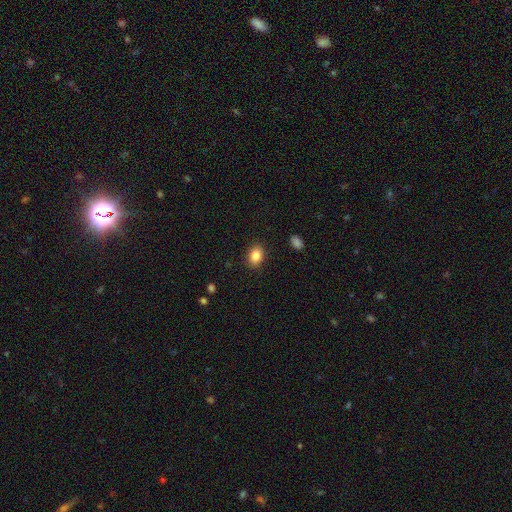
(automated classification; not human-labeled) A smooth galaxy with no disk features (86%) that is in between round and cigar-shaped (72%).

Vote fractions:
- Smooth or featured? smooth: 86% / star or artifact: 9% / featured or disk: 6%
- How rounded? in between: 72% / round: 26% / cigar-shaped: 1%
- Merging? none: 88% / minor disturbance: 8% / major disturbance: 2% / merger: 1%